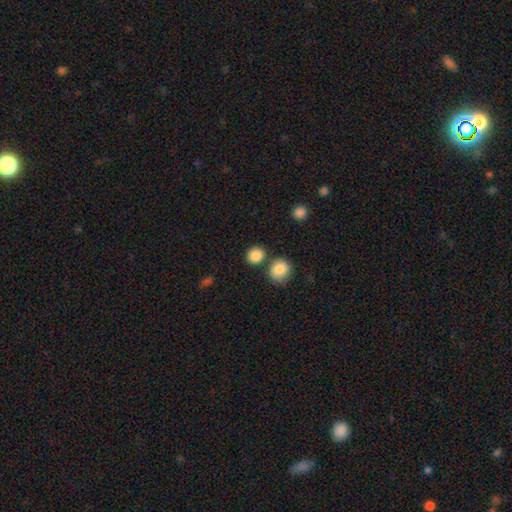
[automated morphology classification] Q: Smooth or featured?
A: smooth (87%); runner-up: star or artifact (9%)
Q: How rounded?
A: round (81%); runner-up: in between (18%)
Q: Merging?
A: none (76%); runner-up: merger (13%)